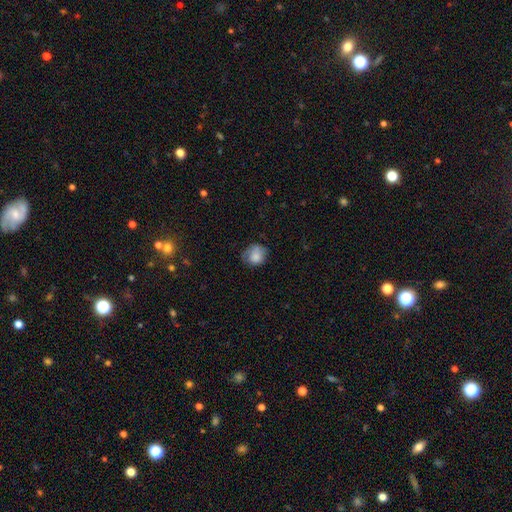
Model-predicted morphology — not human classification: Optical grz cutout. It shows a smooth galaxy with no disk features (79%) that is round (66%). Merging: none (55%).